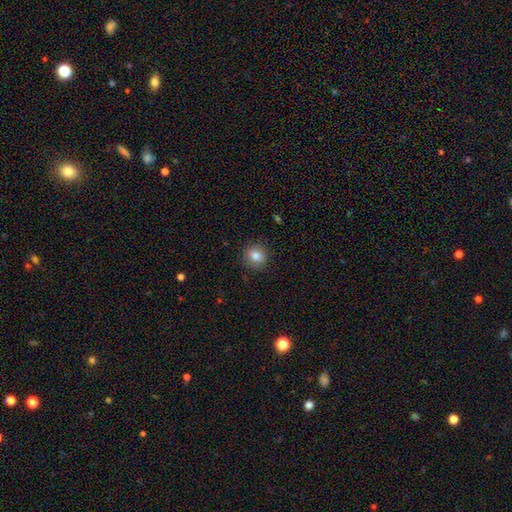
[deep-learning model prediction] smooth 83%, star or artifact 10%, featured or disk 7%. Down the decision tree: how rounded — round (76%); merging — none (87%).